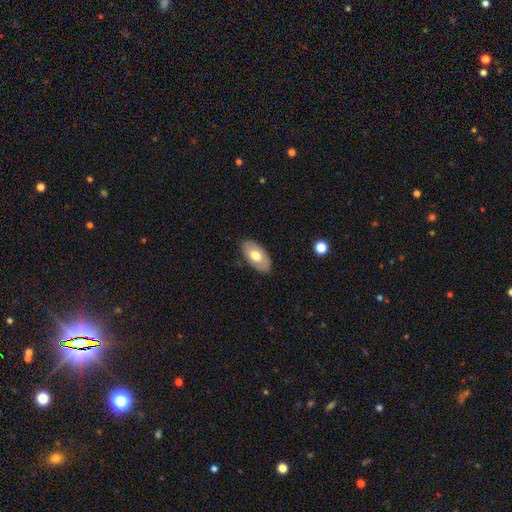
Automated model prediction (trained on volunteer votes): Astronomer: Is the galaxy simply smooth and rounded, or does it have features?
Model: smooth — 65%.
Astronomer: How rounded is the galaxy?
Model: in between — 94%.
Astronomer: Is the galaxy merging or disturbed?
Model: none — 86%.